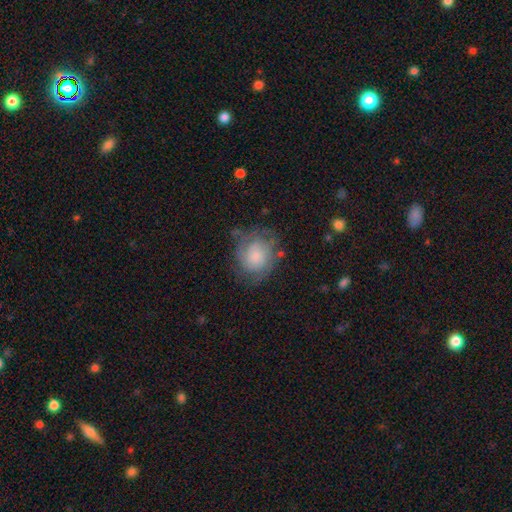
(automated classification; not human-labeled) Overall: featured or disk (50%; smooth 41%). Edge-on disk: no (98%). Merging: none (61%; minor disturbance 24%).